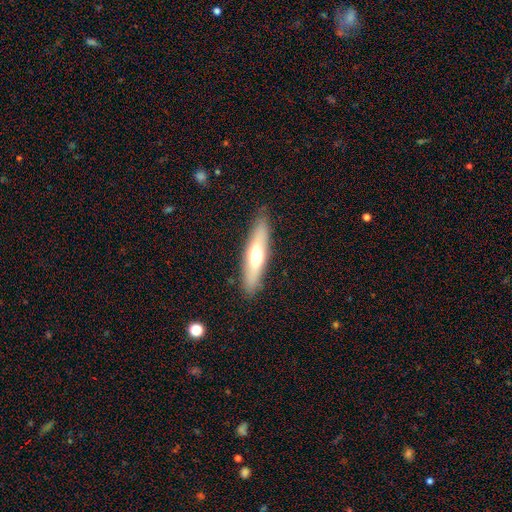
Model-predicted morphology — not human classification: smooth 52%, featured or disk 42%, star or artifact 6%. Down the decision tree: how rounded — cigar-shaped (76%); merging — none (87%).